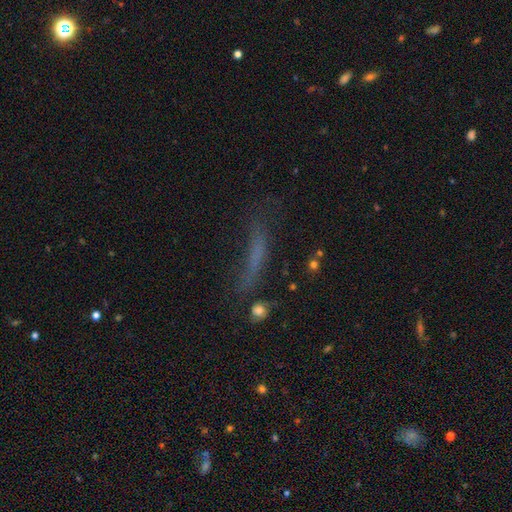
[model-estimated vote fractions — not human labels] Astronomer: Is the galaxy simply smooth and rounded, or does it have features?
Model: smooth — 50% (runner-up: featured or disk, 28%).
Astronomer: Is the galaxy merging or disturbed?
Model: none — 51%.